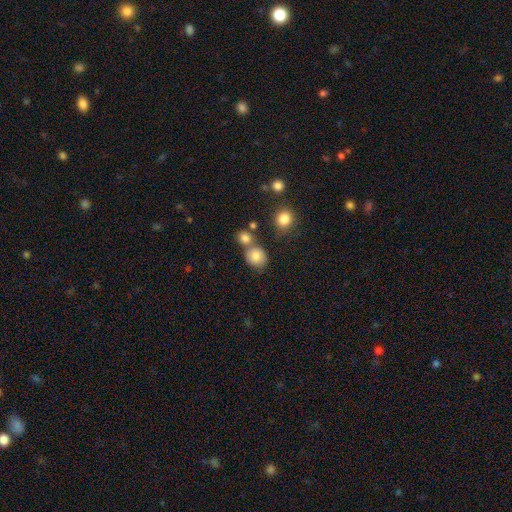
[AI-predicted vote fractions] Smooth or featured? smooth (80%)
How rounded? round (78%)
Merging? none (57%)